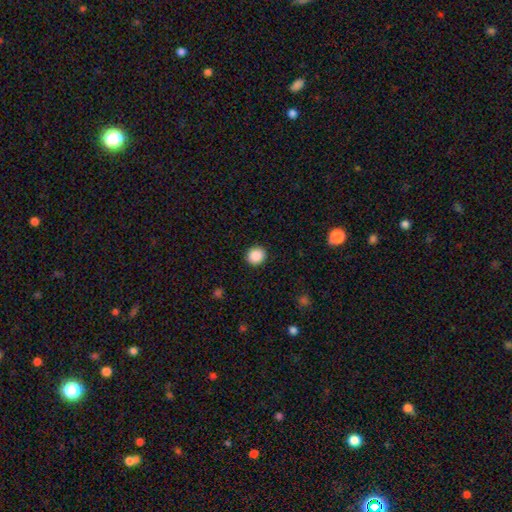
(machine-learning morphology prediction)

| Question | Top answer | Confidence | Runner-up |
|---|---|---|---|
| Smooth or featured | smooth | 89% | star or artifact (9%) |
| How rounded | round | 85% | in between (14%) |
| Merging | none | 91% | minor disturbance (6%) |